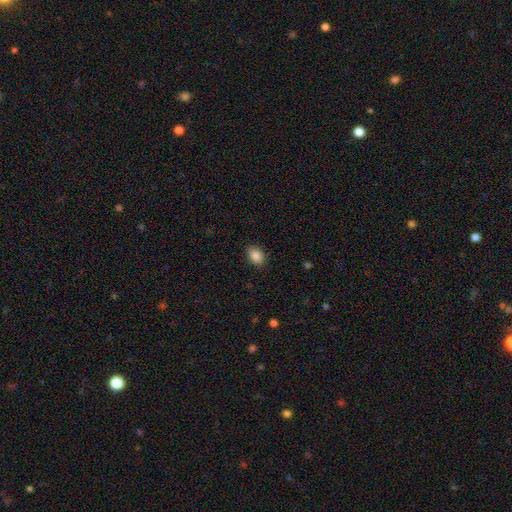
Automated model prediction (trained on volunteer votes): Smooth or featured?
  - smooth: 87% *
  - star or artifact: 8%
  - featured or disk: 5%
How rounded?
  - in between: 78% *
  - round: 21%
  - cigar-shaped: 1%
Merging?
  - none: 88% *
  - minor disturbance: 9%
  - major disturbance: 2%
  - merger: 1%